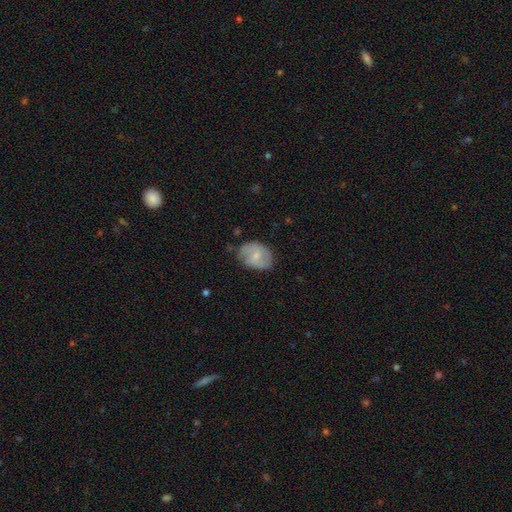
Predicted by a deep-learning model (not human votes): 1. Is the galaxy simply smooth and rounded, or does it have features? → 53% smooth, 40% featured or disk, 7% star or artifact.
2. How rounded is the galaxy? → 68% in between, 31% round, 1% cigar-shaped.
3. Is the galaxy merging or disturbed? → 58% none, 31% minor disturbance, 9% major disturbance, 2% merger.